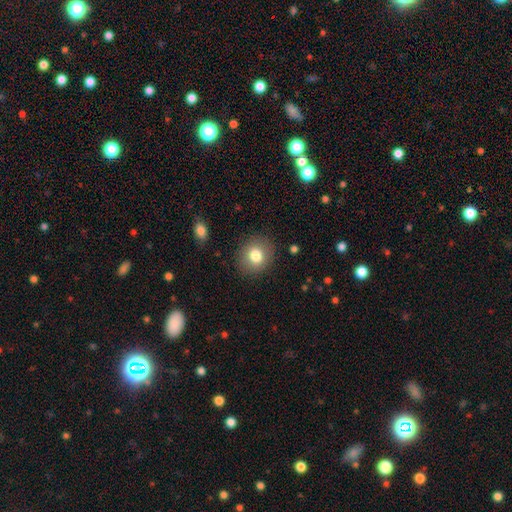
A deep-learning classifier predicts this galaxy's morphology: smooth-or-featured: smooth: 80% | featured or disk: 10% | star or artifact: 10%
  how-rounded: round: 70% | in between: 29% | cigar-shaped: 1%
  merging: none: 88% | minor disturbance: 8% | major disturbance: 3% | merger: 1%